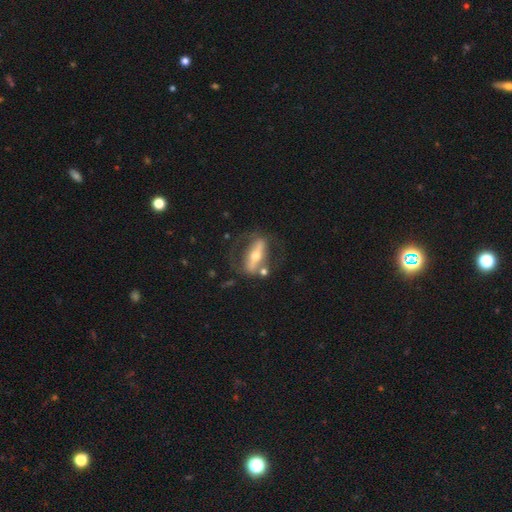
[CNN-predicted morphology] A featured or disk galaxy (71%). Merging: none (56%).